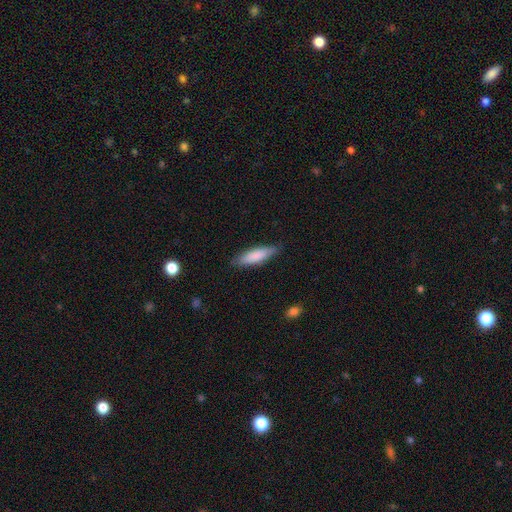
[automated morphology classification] The model was most divided on "how rounded": cigar-shaped: 64%, in between: 35%, round: 1%. More confident: merging — none (84%); smooth or featured — smooth (81%).